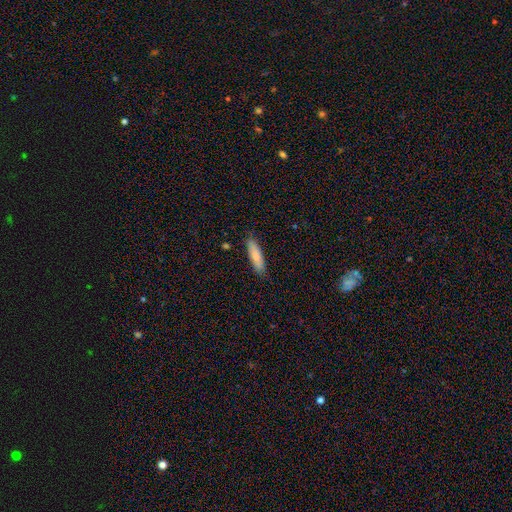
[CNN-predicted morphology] A smooth galaxy with no disk features (81%) that is cigar-shaped (66%).

Vote fractions:
- Smooth or featured? smooth: 81% / featured or disk: 14% / star or artifact: 6%
- How rounded? cigar-shaped: 66% / in between: 33% / round: 1%
- Merging? none: 85% / minor disturbance: 11% / major disturbance: 2% / merger: 1%